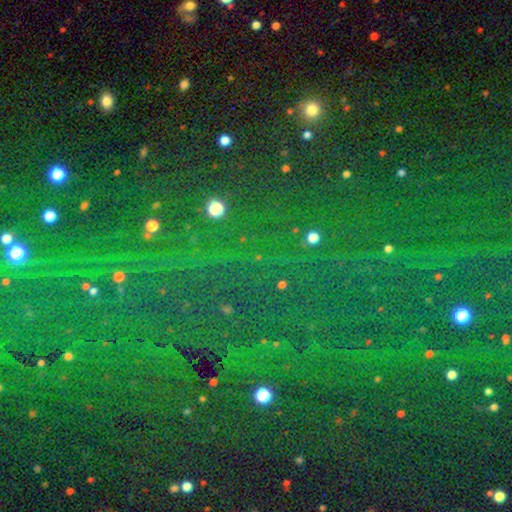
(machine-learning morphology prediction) Smooth or featured: star or artifact — 82% (smooth — 11%)